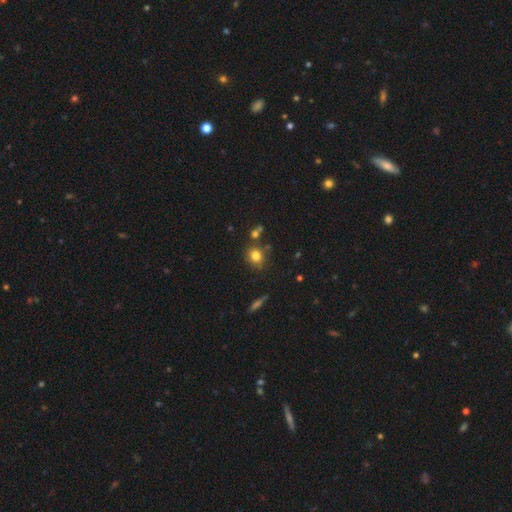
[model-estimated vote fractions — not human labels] Morphology: type=smooth (79%); roundness=round (68%); merging=none (73%).